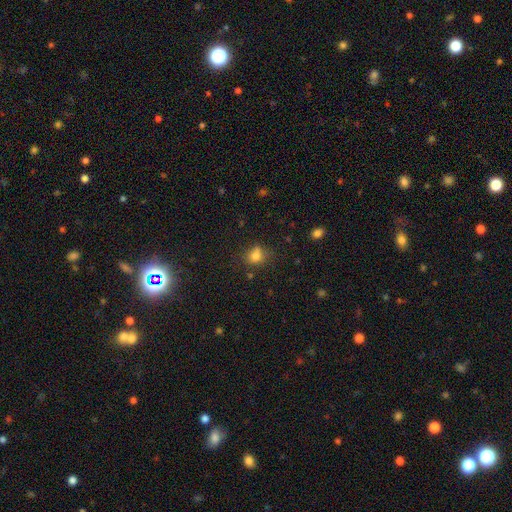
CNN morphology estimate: Smooth or featured?
  - smooth: 77% *
  - star or artifact: 14%
  - featured or disk: 9%
How rounded?
  - round: 58% *
  - in between: 41%
  - cigar-shaped: 1%
Merging?
  - none: 57% *
  - minor disturbance: 22%
  - merger: 13%
  - major disturbance: 8%